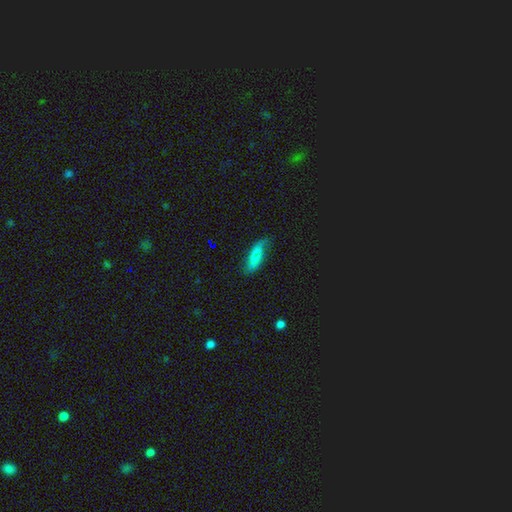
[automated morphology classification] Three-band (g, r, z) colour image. It shows a smooth galaxy with no disk features (51%) that is in between round and cigar-shaped (62%). Merging: none (61%).